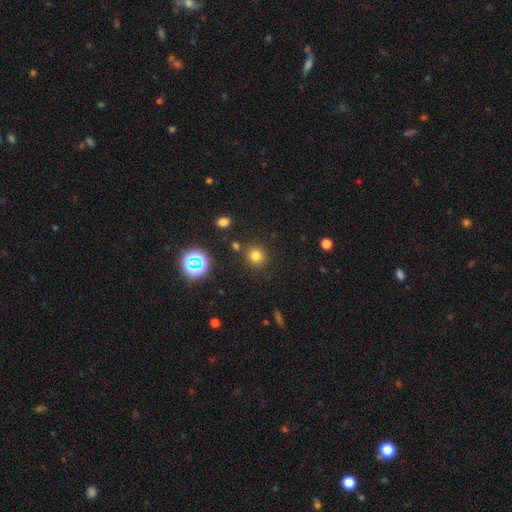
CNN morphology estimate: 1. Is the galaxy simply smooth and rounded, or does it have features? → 75% smooth, 19% star or artifact, 6% featured or disk.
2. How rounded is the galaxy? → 92% round, 7% in between, 1% cigar-shaped.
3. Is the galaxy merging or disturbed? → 85% none, 7% minor disturbance, 5% merger, 3% major disturbance.